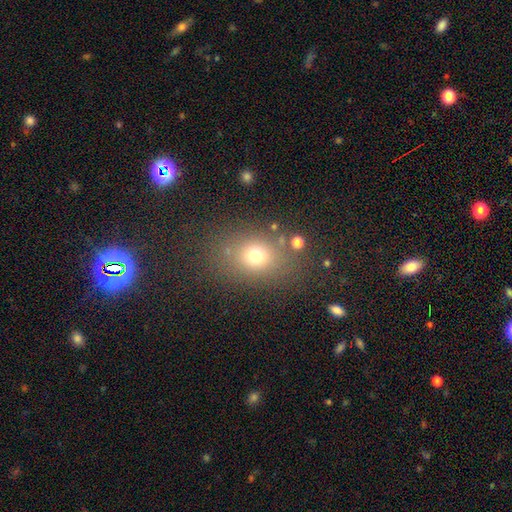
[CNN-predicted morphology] This is likely a smooth galaxy (71%). How rounded: possibly in between (57%). Merging: likely none (75%).